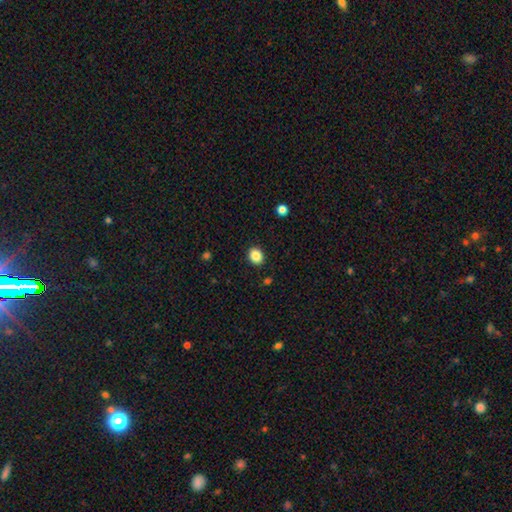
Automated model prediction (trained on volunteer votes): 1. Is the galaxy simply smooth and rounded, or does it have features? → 87% smooth, 10% star or artifact, 4% featured or disk.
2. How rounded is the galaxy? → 61% round, 39% in between, 1% cigar-shaped.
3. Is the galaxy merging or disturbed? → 90% none, 7% minor disturbance, 2% major disturbance, 1% merger.